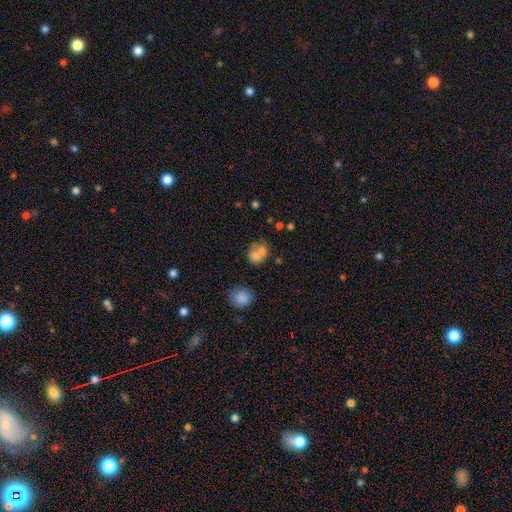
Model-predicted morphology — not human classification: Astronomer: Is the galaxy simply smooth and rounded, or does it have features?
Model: smooth — 71%.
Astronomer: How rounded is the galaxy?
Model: round — 65%.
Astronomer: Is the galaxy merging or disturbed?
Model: merger — 51% (runner-up: none, 34%).